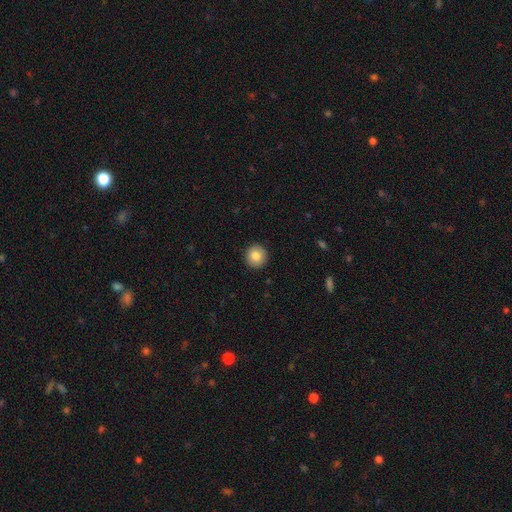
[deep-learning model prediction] A smooth galaxy with no disk features (83%) that is round (95%).

Vote fractions:
- Smooth or featured? smooth: 83% / featured or disk: 9% / star or artifact: 8%
- How rounded? round: 95% / in between: 4% / cigar-shaped: 1%
- Merging? none: 93% / minor disturbance: 5% / major disturbance: 1% / merger: 1%